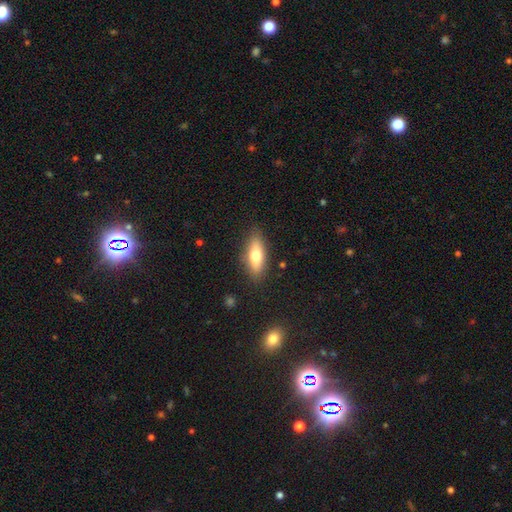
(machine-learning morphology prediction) Q: Smooth or featured?
A: smooth (70%); runner-up: featured or disk (23%)
Q: How rounded?
A: in between (64%); runner-up: cigar-shaped (33%)
Q: Merging?
A: none (85%); runner-up: minor disturbance (11%)